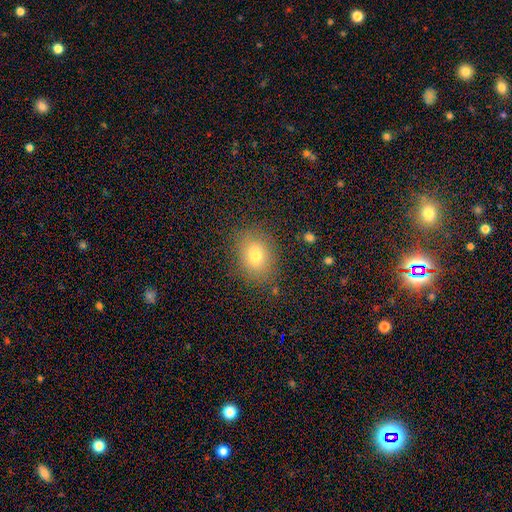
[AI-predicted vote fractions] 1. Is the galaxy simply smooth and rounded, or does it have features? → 73% smooth, 13% star or artifact, 13% featured or disk.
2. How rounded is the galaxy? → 67% in between, 32% round, 1% cigar-shaped.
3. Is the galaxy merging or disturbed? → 82% none, 12% minor disturbance, 4% major disturbance, 2% merger.